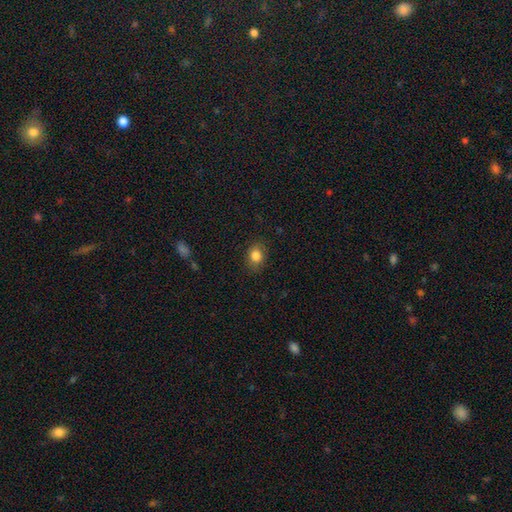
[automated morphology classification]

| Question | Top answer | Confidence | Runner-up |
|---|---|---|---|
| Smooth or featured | smooth | 84% | star or artifact (10%) |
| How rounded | in between | 53% | round (46%) |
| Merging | none | 83% | minor disturbance (13%) |